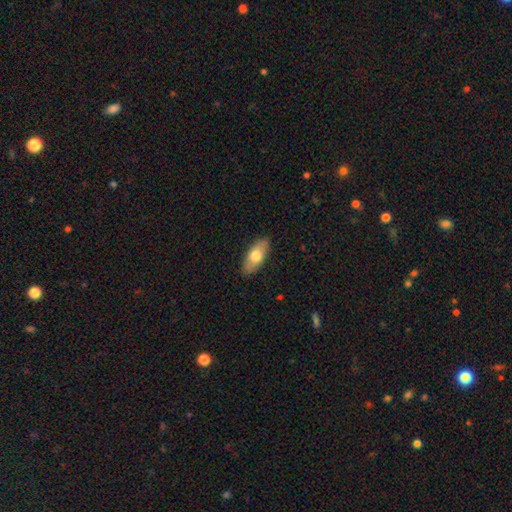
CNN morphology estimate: A smooth galaxy with no disk features (69%) that is in between round and cigar-shaped (84%). Merging: none (87%).